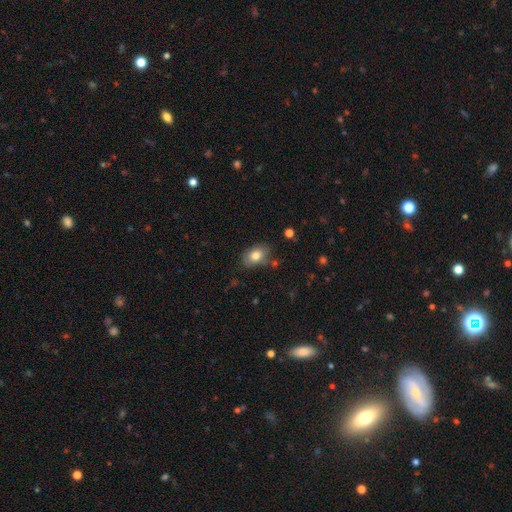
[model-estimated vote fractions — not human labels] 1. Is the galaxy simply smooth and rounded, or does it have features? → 80% smooth, 12% featured or disk, 8% star or artifact.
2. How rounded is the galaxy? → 83% in between, 15% round, 1% cigar-shaped.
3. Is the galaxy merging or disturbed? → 72% none, 20% minor disturbance, 4% major disturbance, 4% merger.